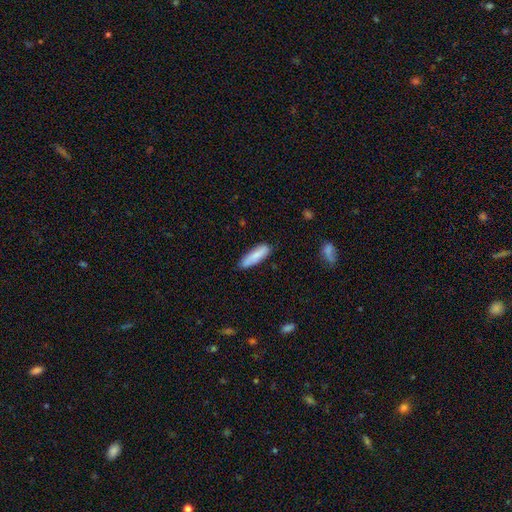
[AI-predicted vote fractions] Morphology: type=smooth (83%); roundness=cigar-shaped (58%); merging=none (83%).